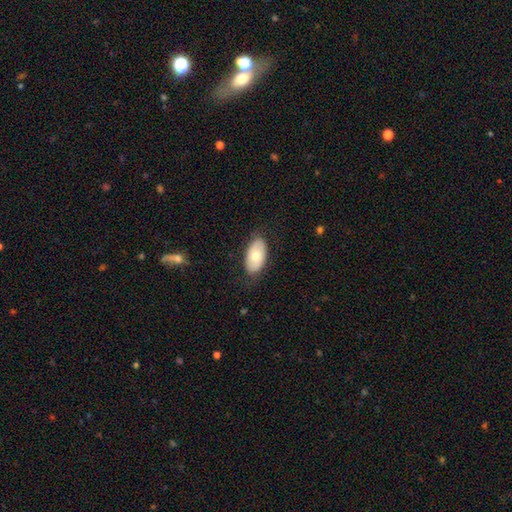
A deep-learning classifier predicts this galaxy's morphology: A smooth galaxy with no disk features (67%) that is in between round and cigar-shaped (95%). Merging: none (81%).